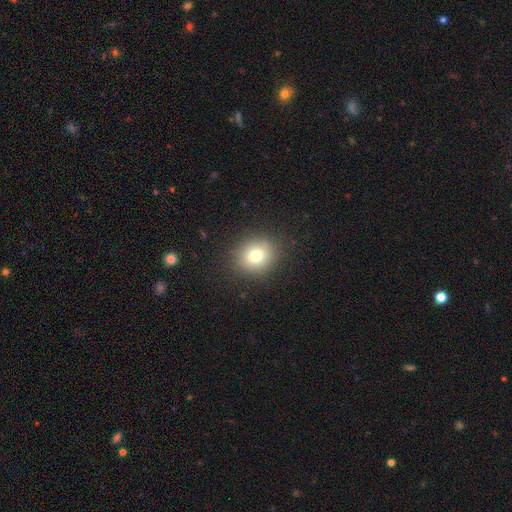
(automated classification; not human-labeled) Smooth or featured: smooth — 77% (star or artifact — 13%)
How rounded: round — 75% (in between — 24%)
Merging: none — 88% (minor disturbance — 8%)